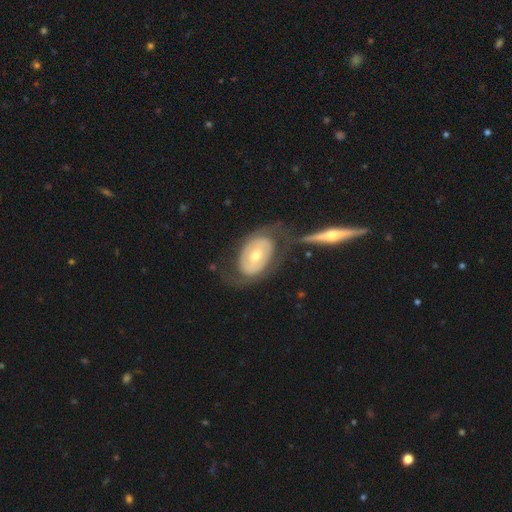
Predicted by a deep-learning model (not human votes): A featured or disk galaxy (70%) with no bar (64%), spiral arms (57%) and a moderate central bulge (62%). Merging: none (51%).